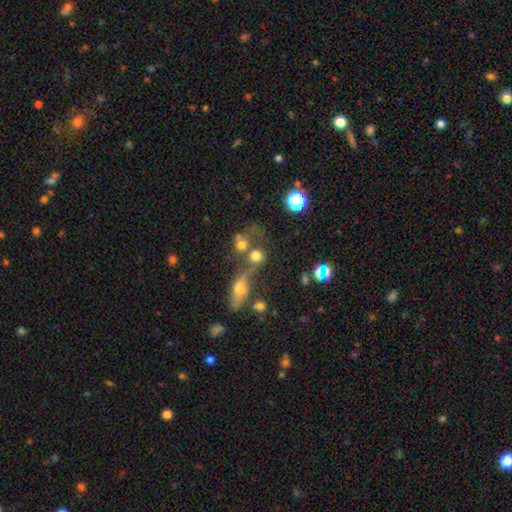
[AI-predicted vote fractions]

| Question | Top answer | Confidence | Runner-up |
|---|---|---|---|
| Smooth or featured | smooth | 70% | featured or disk (15%) |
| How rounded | round | 80% | in between (18%) |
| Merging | merger | 44% | none (35%) |